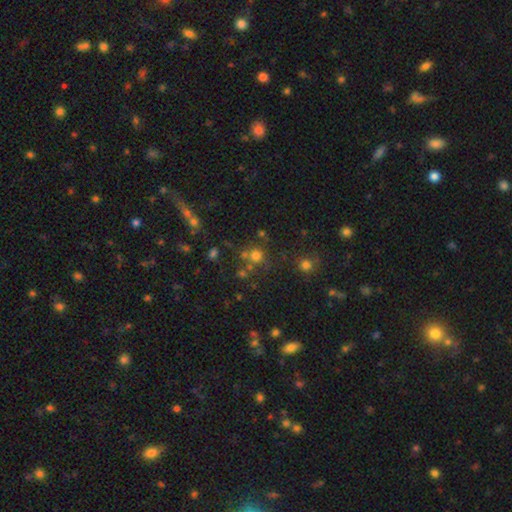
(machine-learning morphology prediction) This appears to be a smooth galaxy with no disk features (68%) that is round (90%). Merging: none (65%).